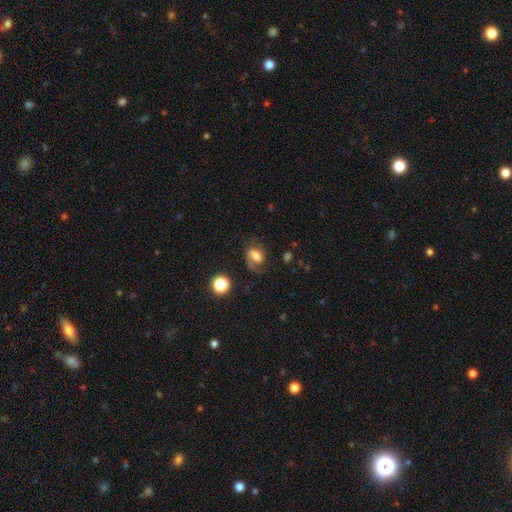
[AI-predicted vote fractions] Morphology: type=featured or disk (51%); edge-on=no (96%); merging=none (51%).